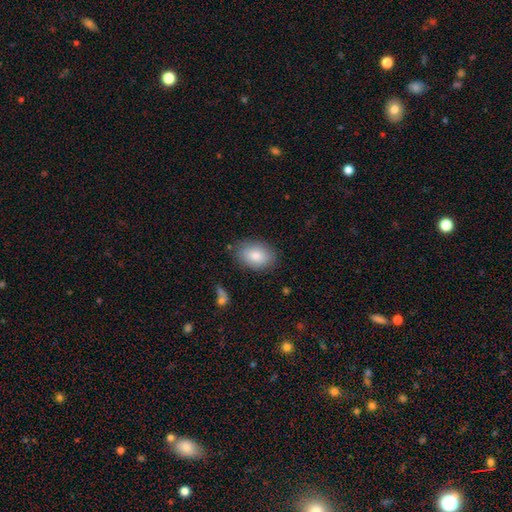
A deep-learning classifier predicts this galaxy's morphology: The model was most divided on "merging": none: 79%, minor disturbance: 15%, major disturbance: 4%, merger: 2%. More confident: how rounded — in between (86%); smooth or featured — smooth (83%).